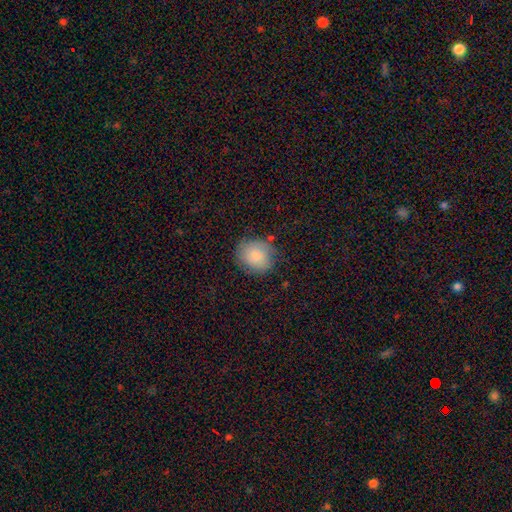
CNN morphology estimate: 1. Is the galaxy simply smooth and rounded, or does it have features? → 81% smooth, 11% featured or disk, 7% star or artifact.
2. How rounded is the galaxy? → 77% round, 22% in between, 1% cigar-shaped.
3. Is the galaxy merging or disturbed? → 74% none, 19% minor disturbance, 5% major disturbance, 2% merger.